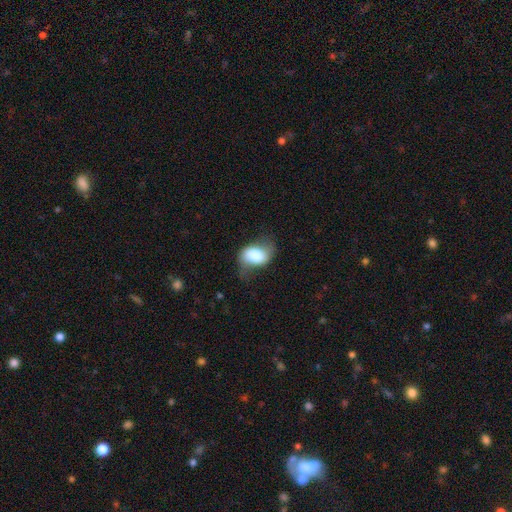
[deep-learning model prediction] Smooth or featured: smooth — 65% (featured or disk — 28%)
How rounded: in between — 78% (round — 20%)
Merging: none — 53% (minor disturbance — 30%)